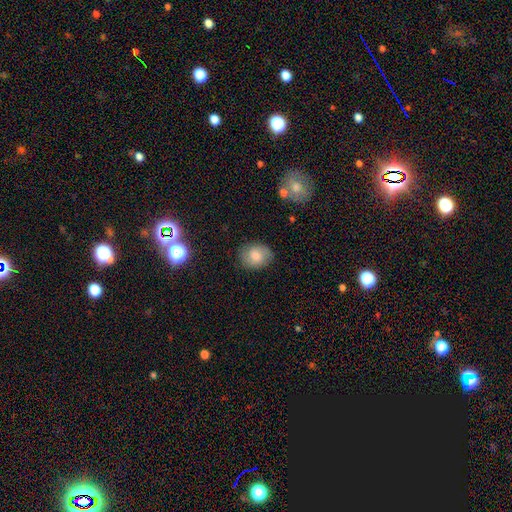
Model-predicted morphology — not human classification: type=smooth (70%); roundness=in between (50%); merging=none (80%).